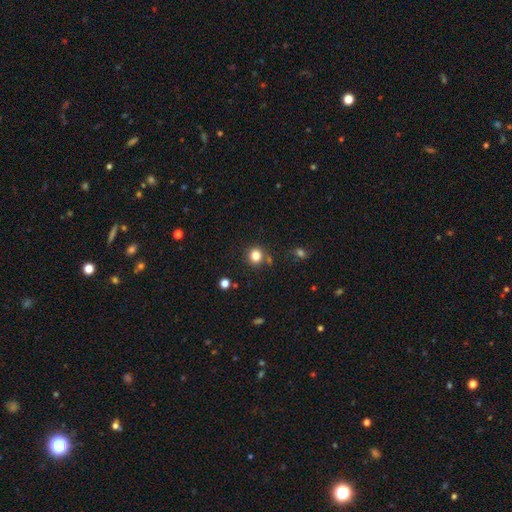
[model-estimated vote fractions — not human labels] smooth 82%, star or artifact 12%, featured or disk 5%. Down the decision tree: how rounded — round (90%); merging — none (82%).